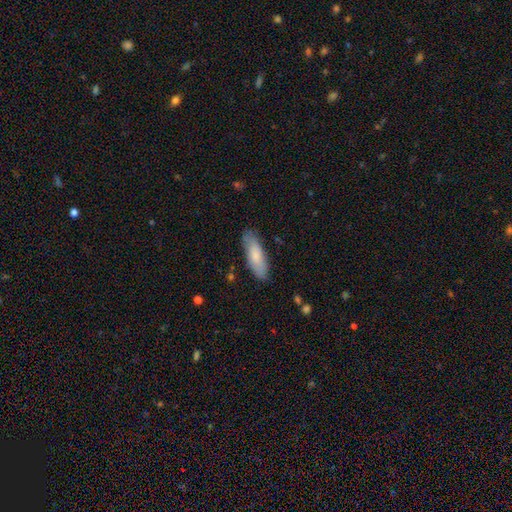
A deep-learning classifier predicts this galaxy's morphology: smooth-or-featured: smooth: 79% | featured or disk: 15% | star or artifact: 6%
  how-rounded: in between: 55% | cigar-shaped: 44% | round: 2%
  merging: none: 80% | minor disturbance: 15% | major disturbance: 3% | merger: 1%